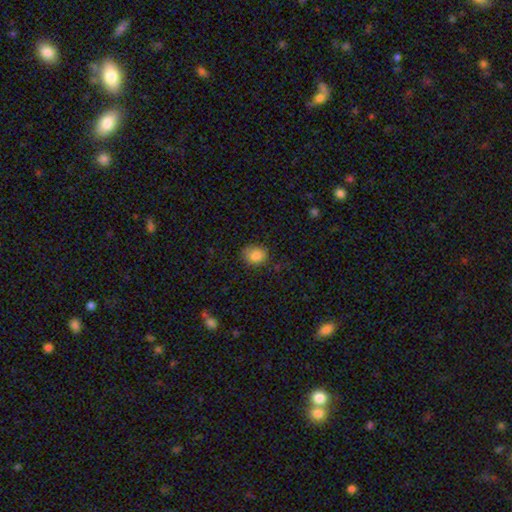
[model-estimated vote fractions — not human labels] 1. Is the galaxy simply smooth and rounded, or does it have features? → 86% smooth, 9% star or artifact, 5% featured or disk.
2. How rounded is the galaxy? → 53% round, 46% in between, 1% cigar-shaped.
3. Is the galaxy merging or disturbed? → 76% none, 18% minor disturbance, 4% major disturbance, 1% merger.